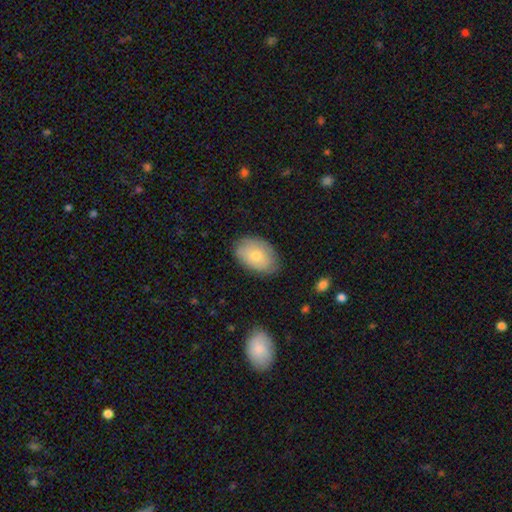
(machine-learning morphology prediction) This appears to be a smooth galaxy with no disk features (72%) that is in between round and cigar-shaped (89%). Merging: none (78%).